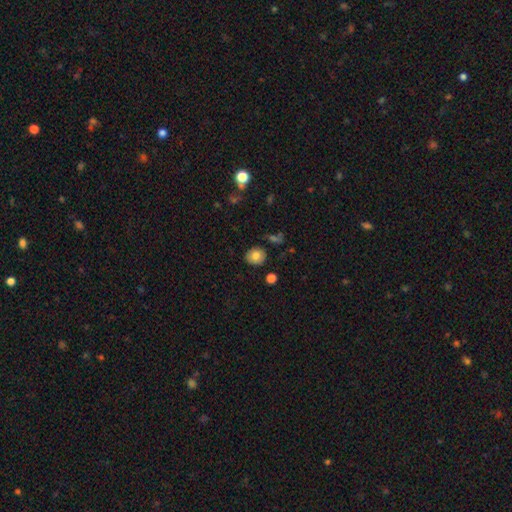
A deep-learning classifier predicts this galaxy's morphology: type=smooth (78%); roundness=round (76%); merging=none (85%).